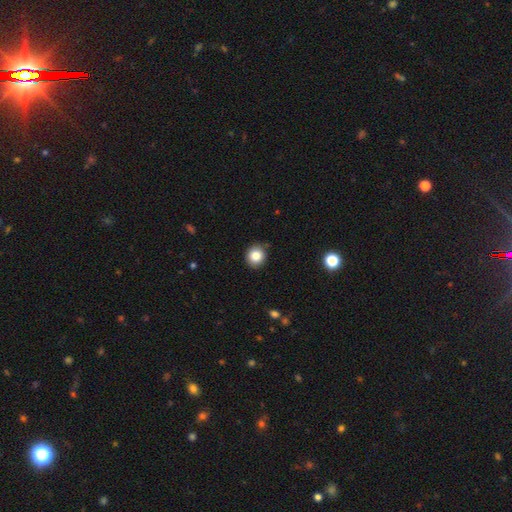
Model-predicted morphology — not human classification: smooth 84%, star or artifact 10%, featured or disk 6%. Down the decision tree: how rounded — round (87%); merging — none (87%).